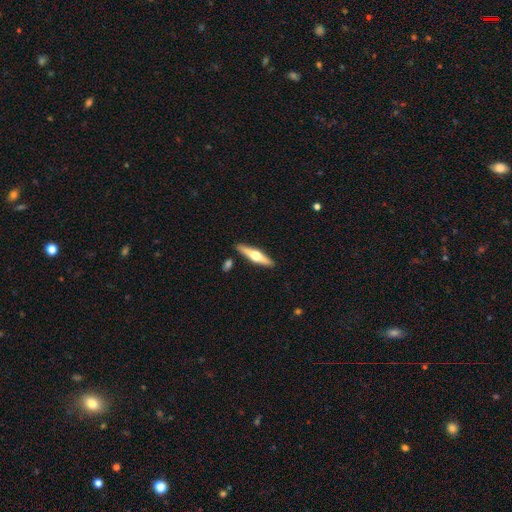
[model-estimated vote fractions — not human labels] Smooth or featured?
  - featured or disk: 65% *
  - smooth: 30%
  - star or artifact: 5%
Edge-on disk?
  - yes: 96% *
  - no: 4%
Edge-on bulge?
  - rounded: 96% *
  - boxy: 2%
  - none: 2%
Merging?
  - none: 88% *
  - minor disturbance: 7%
  - merger: 3%
  - major disturbance: 2%